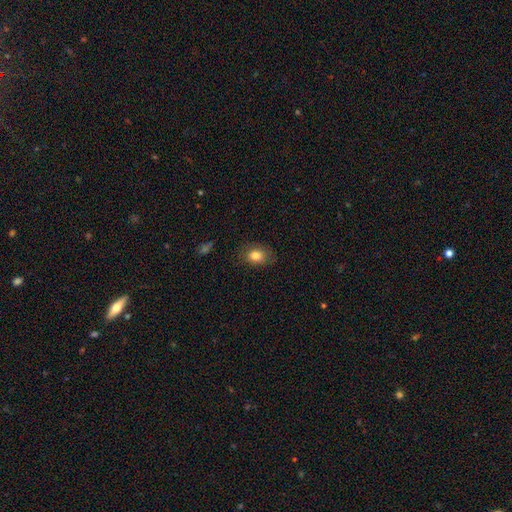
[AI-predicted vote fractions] Q: Smooth or featured?
A: smooth (81%); runner-up: star or artifact (10%)
Q: How rounded?
A: in between (69%); runner-up: round (30%)
Q: Merging?
A: none (78%); runner-up: minor disturbance (17%)